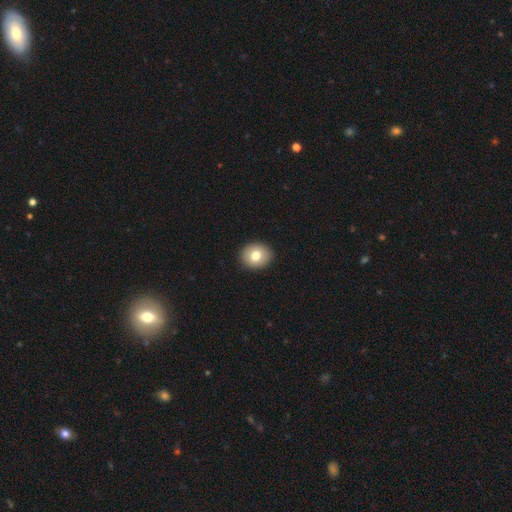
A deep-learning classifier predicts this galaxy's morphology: Smooth or featured? Predicted: smooth (p=0.77). How rounded? Predicted: round (p=0.67). Merging? Predicted: none (p=0.91).